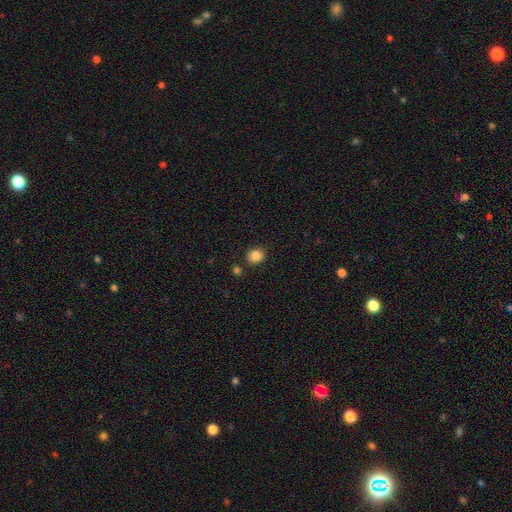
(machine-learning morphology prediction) A smooth galaxy with no disk features (86%) that is round (75%).

Vote fractions:
- Smooth or featured? smooth: 86% / star or artifact: 10% / featured or disk: 4%
- How rounded? round: 75% / in between: 24% / cigar-shaped: 1%
- Merging? none: 84% / minor disturbance: 9% / merger: 5% / major disturbance: 2%